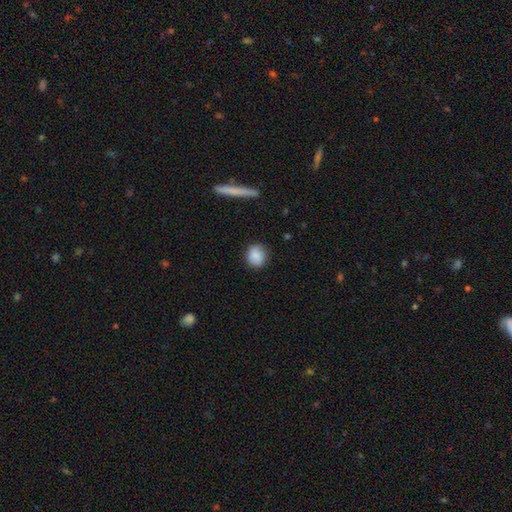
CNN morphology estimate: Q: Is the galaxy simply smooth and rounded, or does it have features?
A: smooth — 84%.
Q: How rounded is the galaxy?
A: round — 75%.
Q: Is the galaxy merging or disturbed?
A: none — 83%.